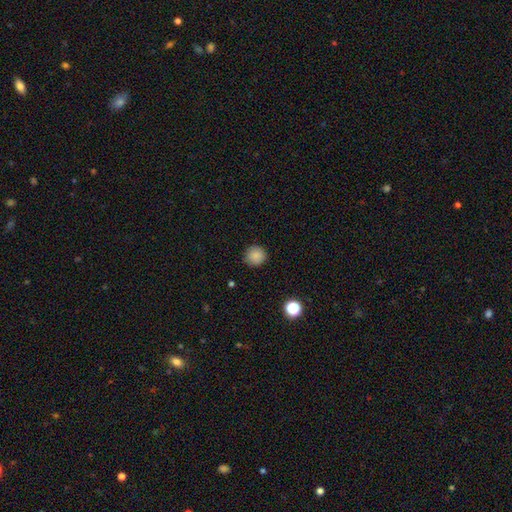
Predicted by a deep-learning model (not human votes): Morphology: type=smooth (86%); roundness=round (93%); merging=none (89%).